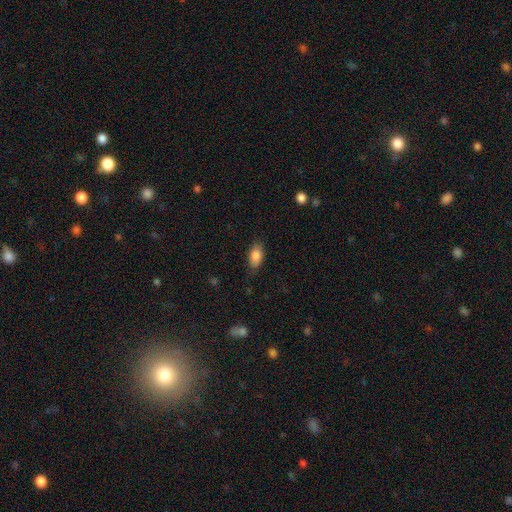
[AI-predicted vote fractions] A smooth galaxy with no disk features (84%) that is in between round and cigar-shaped (90%).

Vote fractions:
- Smooth or featured? smooth: 84% / featured or disk: 8% / star or artifact: 7%
- How rounded? in between: 90% / round: 5% / cigar-shaped: 5%
- Merging? none: 79% / minor disturbance: 16% / major disturbance: 4% / merger: 1%